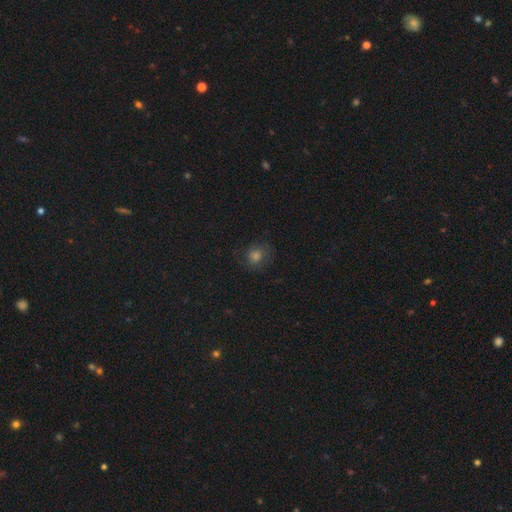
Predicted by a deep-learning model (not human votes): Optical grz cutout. It shows a smooth galaxy with no disk features (62%) that is round (79%). Merging: none (77%).